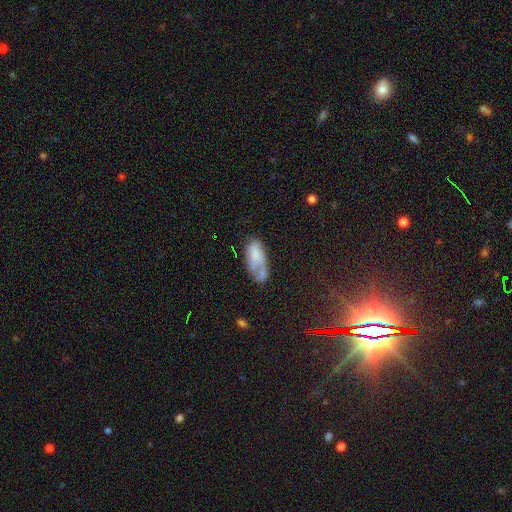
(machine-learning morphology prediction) A smooth galaxy with no disk features (61%) that is in between round and cigar-shaped (89%).

Vote fractions:
- Smooth or featured? smooth: 61% / featured or disk: 30% / star or artifact: 9%
- How rounded? in between: 89% / cigar-shaped: 8% / round: 3%
- Merging? none: 36% / minor disturbance: 30% / major disturbance: 20% / merger: 15%